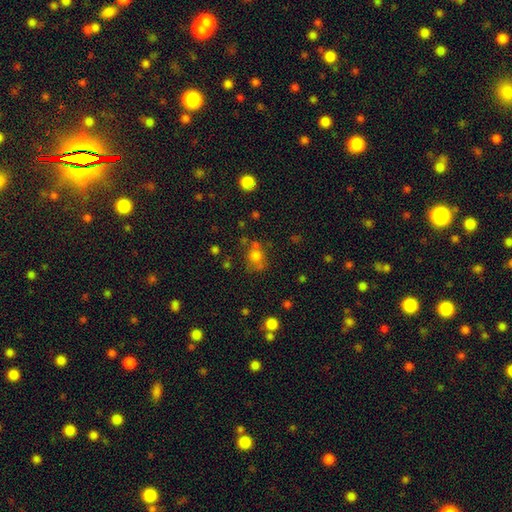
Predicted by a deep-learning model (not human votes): Morphology: type=smooth (72%); roundness=round (71%); merging=none (55%).